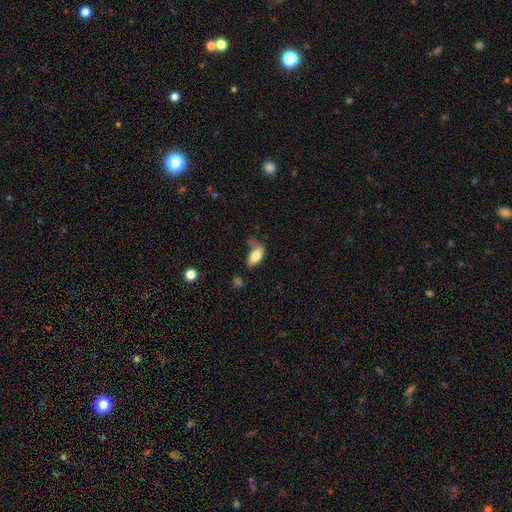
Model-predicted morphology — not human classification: smooth 80%, featured or disk 13%, star or artifact 8%. Down the decision tree: how rounded — in between (90%); merging — none (43%).